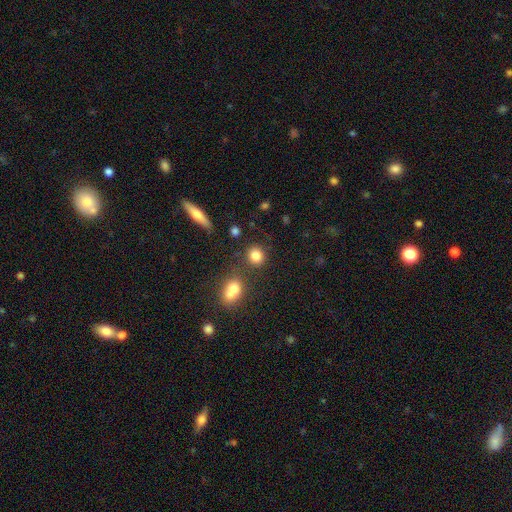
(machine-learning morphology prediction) Smooth or featured? Predicted: smooth (p=0.83). How rounded? Predicted: round (p=0.77). Merging? Predicted: none (p=0.76).